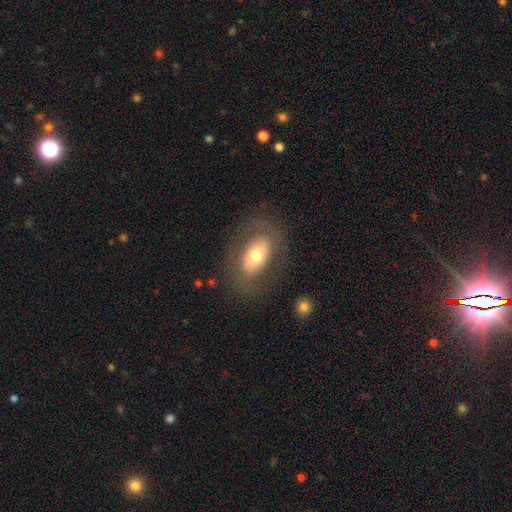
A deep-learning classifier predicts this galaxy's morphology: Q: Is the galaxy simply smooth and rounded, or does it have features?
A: smooth — 54%.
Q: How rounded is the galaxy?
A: in between — 88%.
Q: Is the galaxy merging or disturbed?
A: none — 77%.